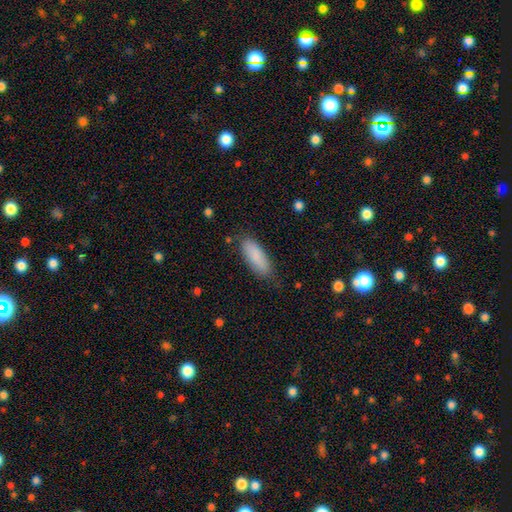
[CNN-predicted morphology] This is clearly a smooth galaxy (86%). How rounded: likely in between (66%). Merging: likely none (78%).